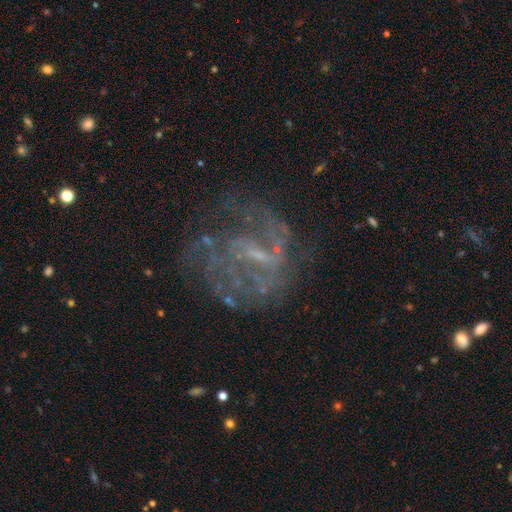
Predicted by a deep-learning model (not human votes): Smooth or featured?
  - featured or disk: 73% *
  - star or artifact: 16%
  - smooth: 11%
Edge-on disk?
  - no: 97% *
  - yes: 3%
Bar?
  - weak: 50% *
  - no: 32%
  - strong: 18%
Spiral arms?
  - yes: 76% *
  - no: 24%
Spiral winding?
  - medium: 40% *
  - tight: 31%
  - loose: 29%
Spiral arm count?
  - can't tell: 43% *
  - 2: 25%
  - 3: 12%
  - 1: 9%
  - 4: 6%
  - more than 4: 5%
Bulge size?
  - small: 48% *
  - none: 37%
  - moderate: 13%
  - large: 1%
  - dominant: 1%
Merging?
  - none: 58% *
  - major disturbance: 23%
  - minor disturbance: 17%
  - merger: 3%